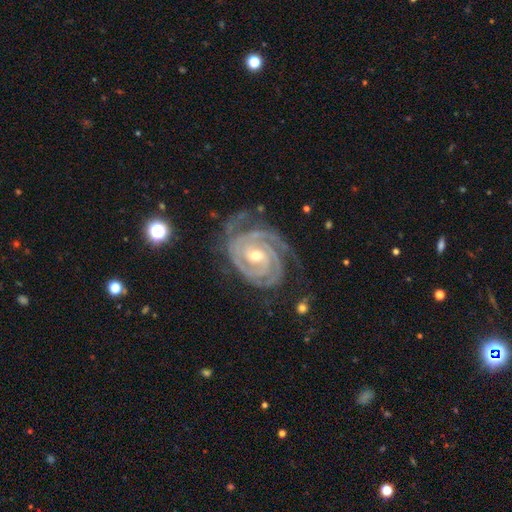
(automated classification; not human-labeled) Morphology: type=featured or disk (94%); edge-on=no (98%); bar=no (45%); spiral arms=yes (99%); winding=tight (82%); arm count=3 (38%); bulge=moderate (51%); merging=none (68%).